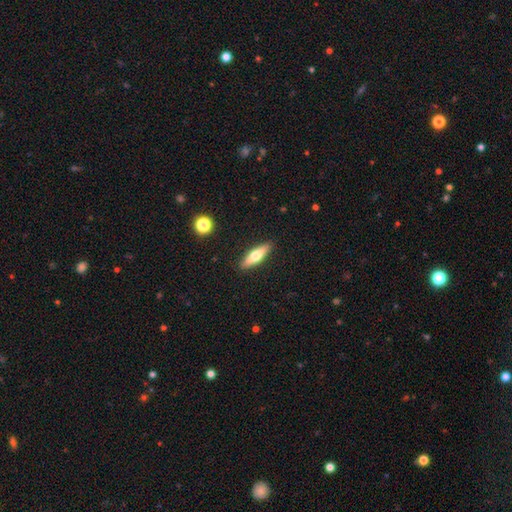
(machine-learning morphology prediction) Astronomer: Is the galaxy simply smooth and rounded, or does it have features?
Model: smooth — 55% (runner-up: featured or disk, 39%).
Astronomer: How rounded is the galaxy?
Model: cigar-shaped — 62%.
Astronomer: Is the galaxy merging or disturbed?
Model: none — 90%.